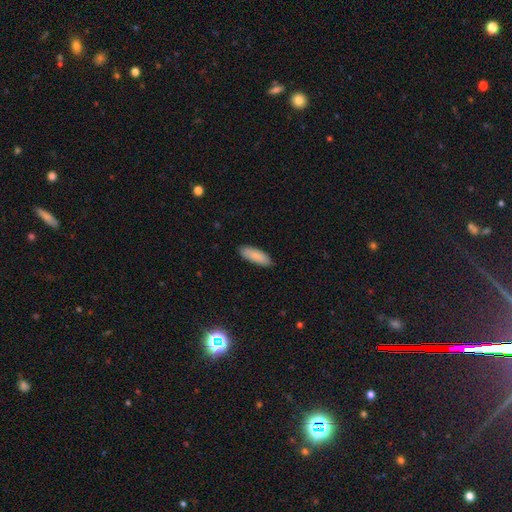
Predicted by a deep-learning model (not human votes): Smooth or featured: smooth — 87% (featured or disk — 7%)
How rounded: in between — 68% (cigar-shaped — 31%)
Merging: none — 86% (minor disturbance — 11%)